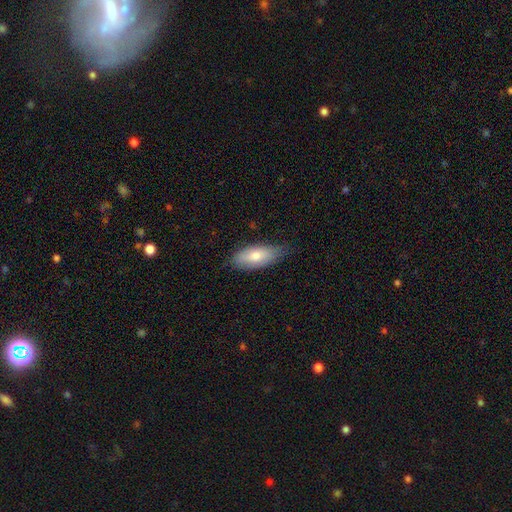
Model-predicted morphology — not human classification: smooth-or-featured: smooth: 75% | featured or disk: 19% | star or artifact: 6%
  how-rounded: in between: 82% | cigar-shaped: 15% | round: 2%
  merging: none: 69% | minor disturbance: 26% | major disturbance: 4% | merger: 1%